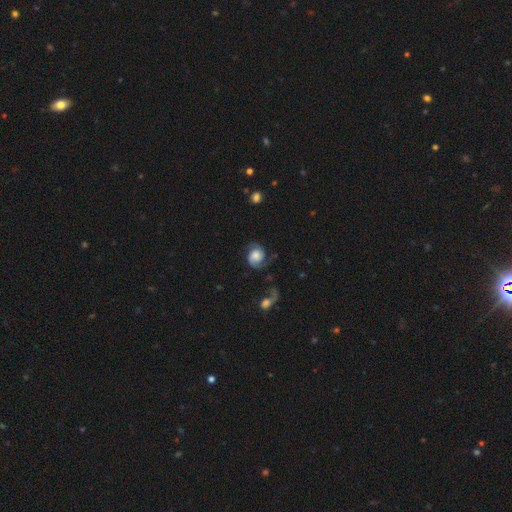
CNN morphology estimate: Overall: featured or disk (72%). Edge-on disk: no (98%). Bar: no (70%). Spiral arms: yes (95%). Spiral arm count: 2 (82%). Spiral winding: medium (43%; tight 30%). Bulge size: moderate (36%; large 30%). Merging: none (60%).